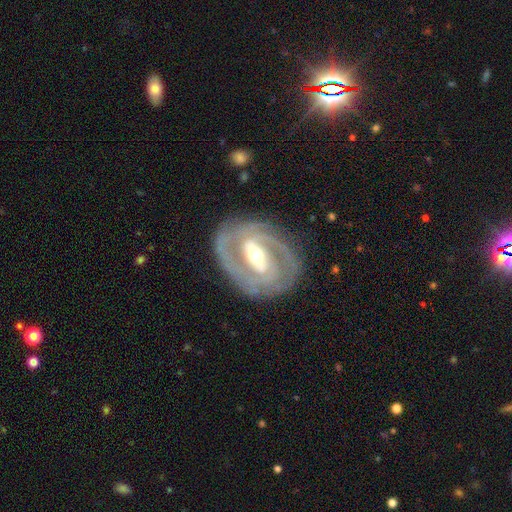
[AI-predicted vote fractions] smooth_or_featured: featured or disk (p=0.89) [alt: smooth p=0.06]
disk_edge_on: no (p=0.96) [alt: yes p=0.04]
bar: strong (p=0.61) [alt: weak p=0.29]
has_spiral_arms: yes (p=0.94) [alt: no p=0.06]
spiral_winding: tight (p=0.63) [alt: medium p=0.31]
spiral_arm_count: 2 (p=0.65) [alt: 3 p=0.14]
bulge_size: moderate (p=0.62) [alt: small p=0.29]
merging: none (p=0.81) [alt: minor disturbance p=0.13]